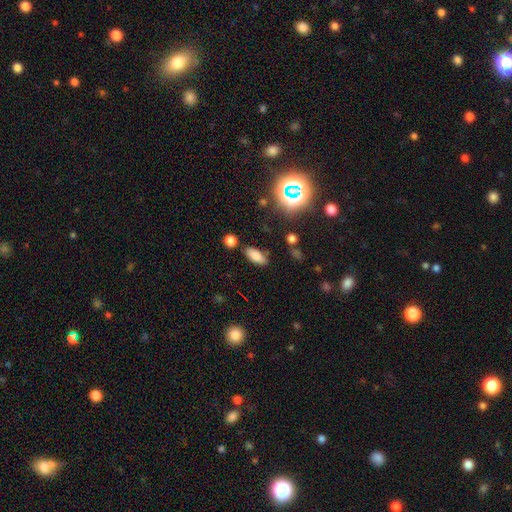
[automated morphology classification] Smooth or featured: smooth — 76% (star or artifact — 14%)
How rounded: in between — 83% (cigar-shaped — 14%)
Merging: none — 83% (minor disturbance — 10%)